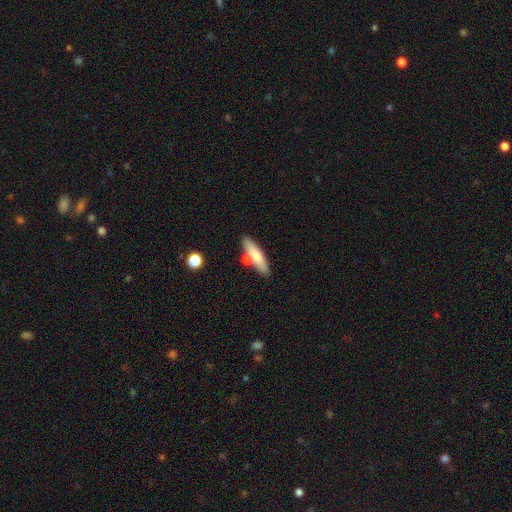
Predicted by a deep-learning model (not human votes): Smooth or featured? smooth (68%)
How rounded? cigar-shaped (73%)
Merging? none (69%)